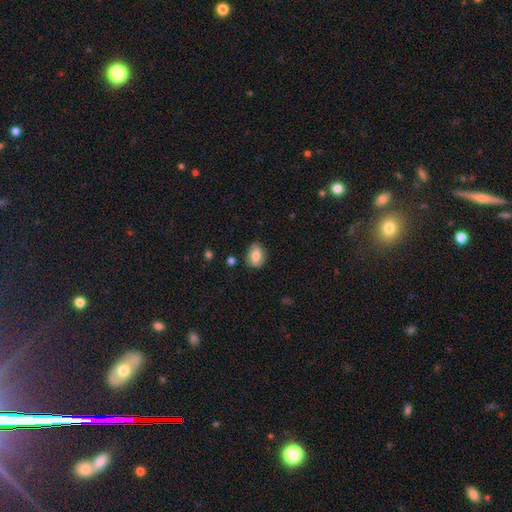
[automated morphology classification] smooth-or-featured: smooth: 76% | featured or disk: 16% | star or artifact: 8%
  how-rounded: in between: 75% | round: 23% | cigar-shaped: 2%
  merging: none: 79% | minor disturbance: 15% | major disturbance: 3% | merger: 2%